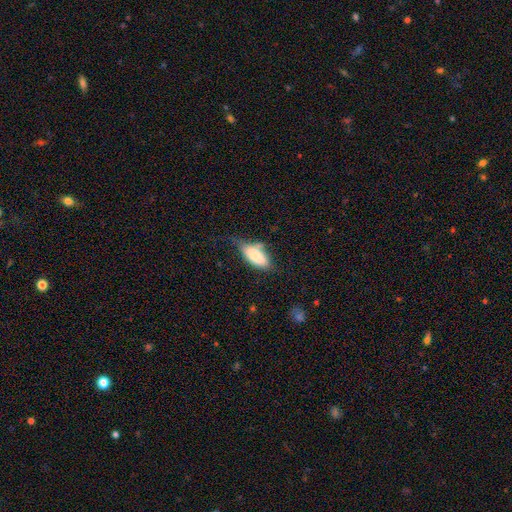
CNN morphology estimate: Q: Smooth or featured?
A: smooth (78%); runner-up: featured or disk (15%)
Q: How rounded?
A: in between (83%); runner-up: cigar-shaped (15%)
Q: Merging?
A: none (41%); runner-up: minor disturbance (36%)